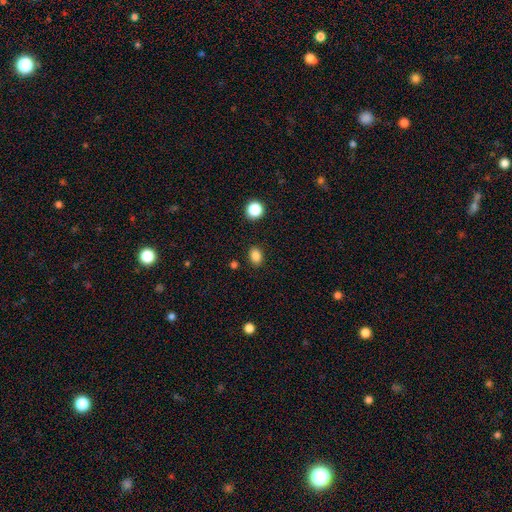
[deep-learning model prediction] Overall: smooth (85%). How rounded: in between (70%). Merging: none (86%).